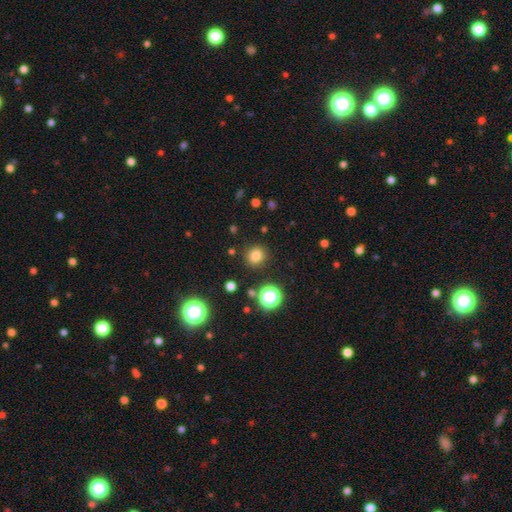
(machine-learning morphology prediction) A smooth galaxy with no disk features (79%) that is round (87%). Merging: none (88%).